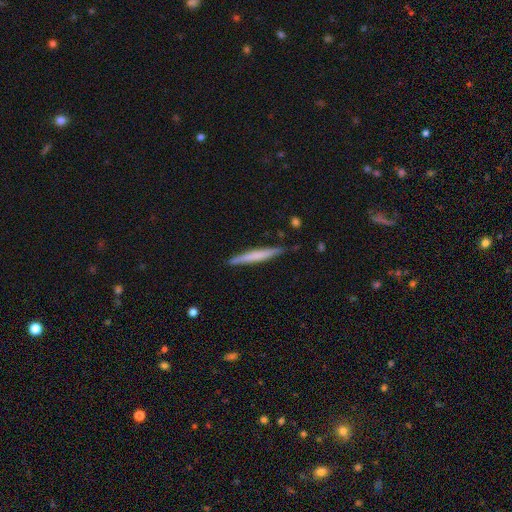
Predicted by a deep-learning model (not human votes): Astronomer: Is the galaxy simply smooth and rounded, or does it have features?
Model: smooth — 52% (runner-up: featured or disk, 43%).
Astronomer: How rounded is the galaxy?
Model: cigar-shaped — 96%.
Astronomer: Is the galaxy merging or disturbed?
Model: none — 87%.